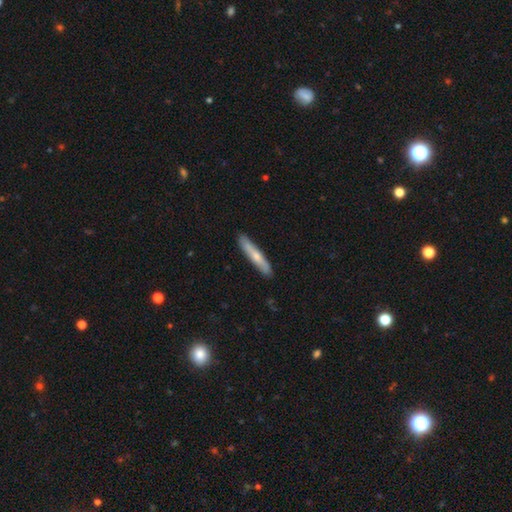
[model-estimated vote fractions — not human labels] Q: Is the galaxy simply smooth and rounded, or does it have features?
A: smooth — 61%.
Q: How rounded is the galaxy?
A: cigar-shaped — 92%.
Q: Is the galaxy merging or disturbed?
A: none — 89%.